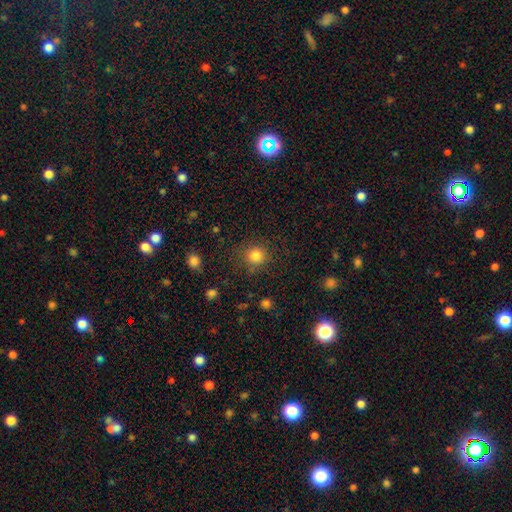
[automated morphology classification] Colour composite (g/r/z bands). It shows a smooth galaxy with no disk features (83%) that is round (91%). Merging: none (83%).